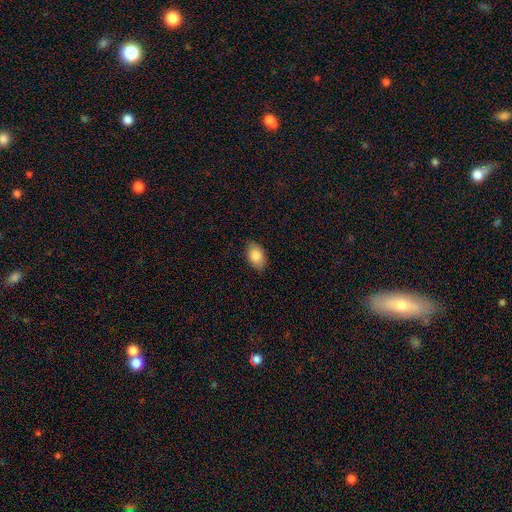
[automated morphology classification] Smooth or featured: smooth — 85% (featured or disk — 8%)
How rounded: in between — 91% (round — 8%)
Merging: none — 85% (minor disturbance — 11%)